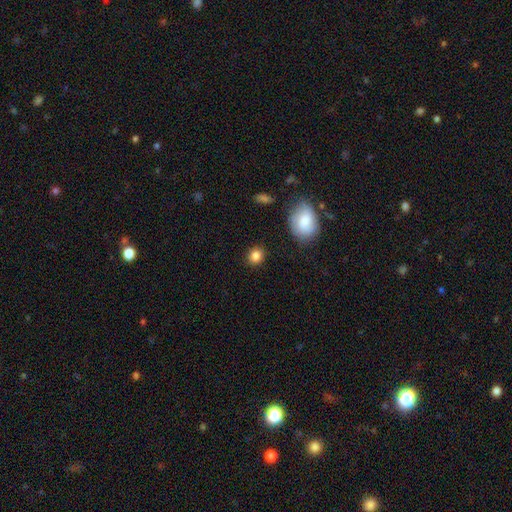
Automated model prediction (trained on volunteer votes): This appears to be a smooth galaxy with no disk features (85%) that is round (70%). Merging: none (87%).